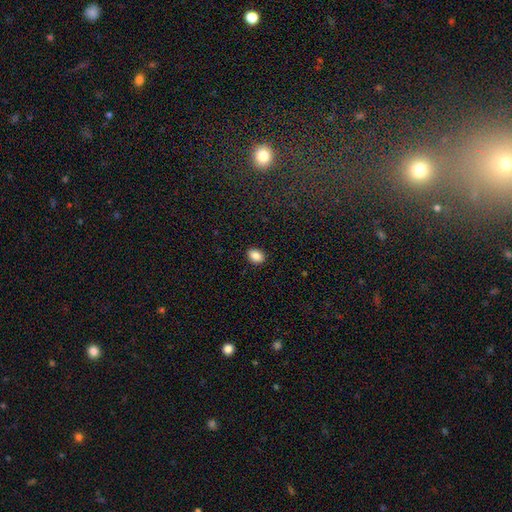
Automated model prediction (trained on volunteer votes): A smooth galaxy with no disk features (88%) that is in between round and cigar-shaped (76%). Merging: none (90%).